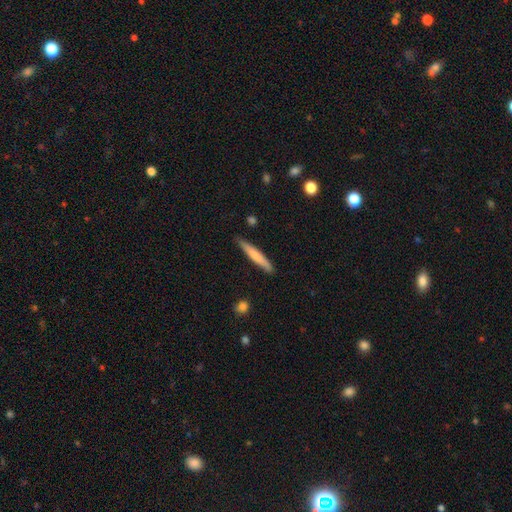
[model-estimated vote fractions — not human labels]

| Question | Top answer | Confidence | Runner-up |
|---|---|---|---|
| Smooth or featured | smooth | 67% | featured or disk (28%) |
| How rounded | cigar-shaped | 94% | in between (5%) |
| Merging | none | 85% | minor disturbance (12%) |